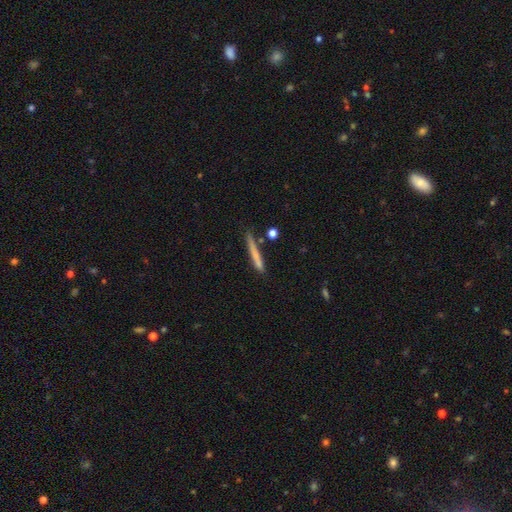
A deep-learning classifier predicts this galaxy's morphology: This is likely a smooth galaxy (67%). How rounded: clearly cigar-shaped (95%). Merging: likely none (75%).